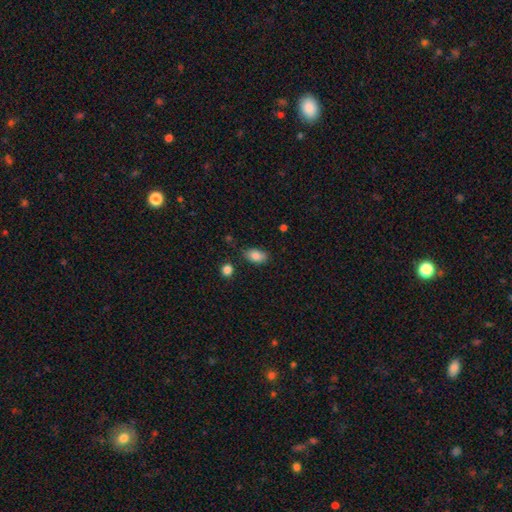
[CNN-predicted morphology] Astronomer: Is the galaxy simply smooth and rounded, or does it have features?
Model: smooth — 86%.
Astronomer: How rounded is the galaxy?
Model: in between — 90%.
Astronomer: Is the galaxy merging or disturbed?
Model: none — 79%.